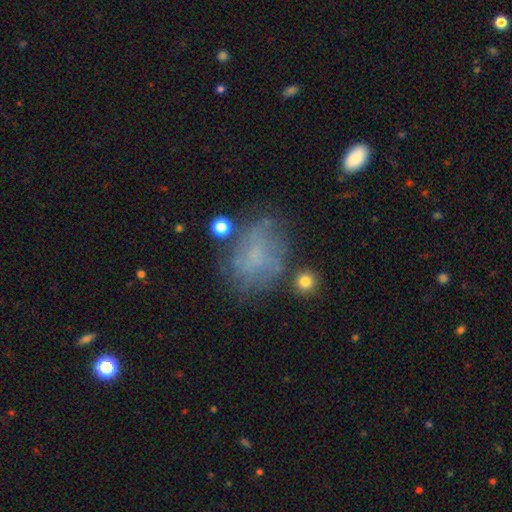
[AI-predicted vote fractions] A smooth galaxy with no disk features (43%). Merging: none (54%).